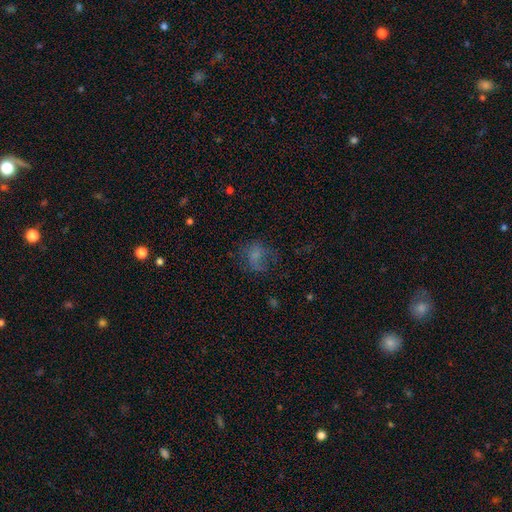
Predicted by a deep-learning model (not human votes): Morphology: type=smooth (59%); roundness=round (54%); merging=none (45%).